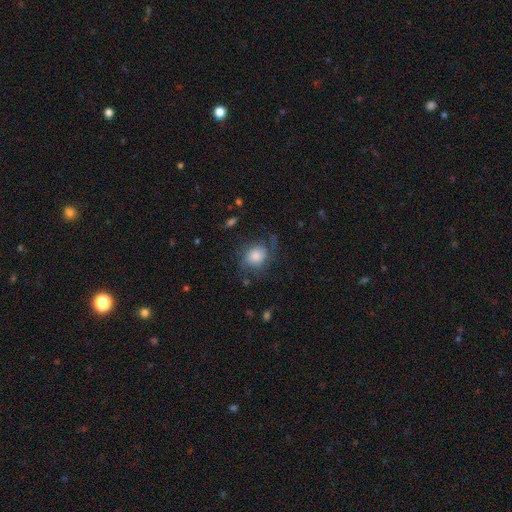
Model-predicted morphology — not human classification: featured or disk 51%, smooth 39%, star or artifact 10%. Down the decision tree: edge-on disk — no (97%); merging — none (57%).